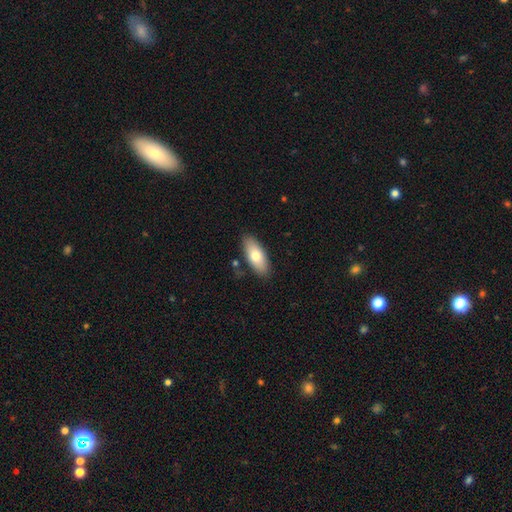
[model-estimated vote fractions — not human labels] Smooth or featured?
  - smooth: 73% *
  - featured or disk: 21%
  - star or artifact: 6%
How rounded?
  - in between: 84% *
  - cigar-shaped: 14%
  - round: 2%
Merging?
  - none: 84% *
  - minor disturbance: 11%
  - merger: 3%
  - major disturbance: 2%